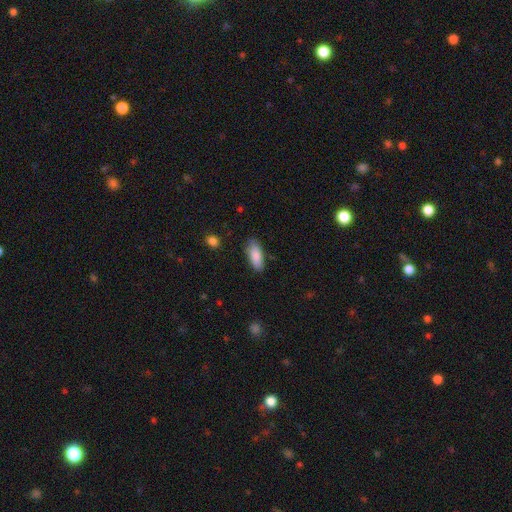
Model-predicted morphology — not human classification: The model was most divided on "how rounded": in between: 78%, cigar-shaped: 20%, round: 2%. More confident: smooth or featured — smooth (86%); merging — none (81%).